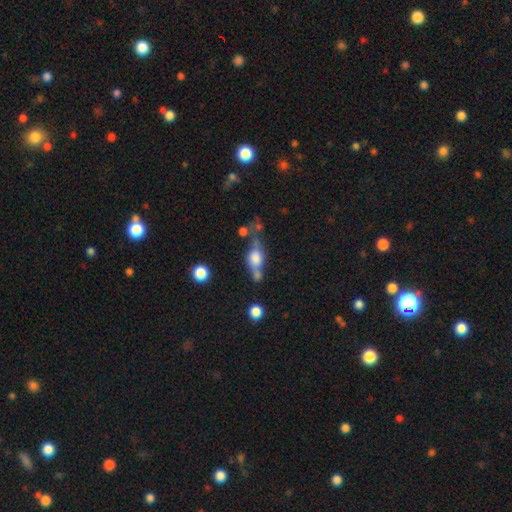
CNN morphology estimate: smooth_or_featured: smooth (p=0.49) [alt: featured or disk p=0.38]
merging: none (p=0.43) [alt: merger p=0.25]